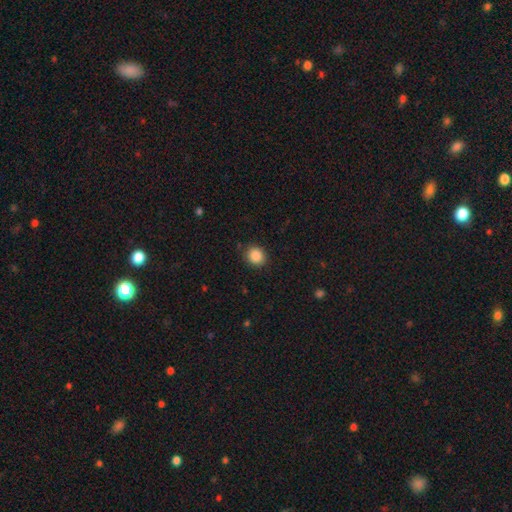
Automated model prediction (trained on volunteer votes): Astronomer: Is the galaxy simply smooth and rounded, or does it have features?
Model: smooth — 87%.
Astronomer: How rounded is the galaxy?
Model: round — 81%.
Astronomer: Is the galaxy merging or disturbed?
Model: none — 88%.